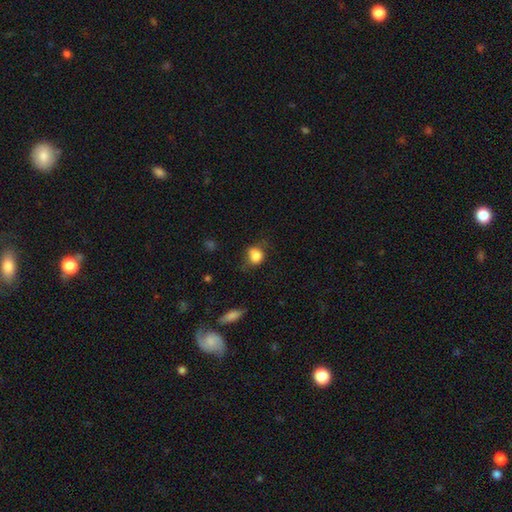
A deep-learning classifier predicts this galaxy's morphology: Smooth or featured: smooth — 81% (star or artifact — 10%)
How rounded: round — 57% (in between — 42%)
Merging: none — 49% (minor disturbance — 31%)